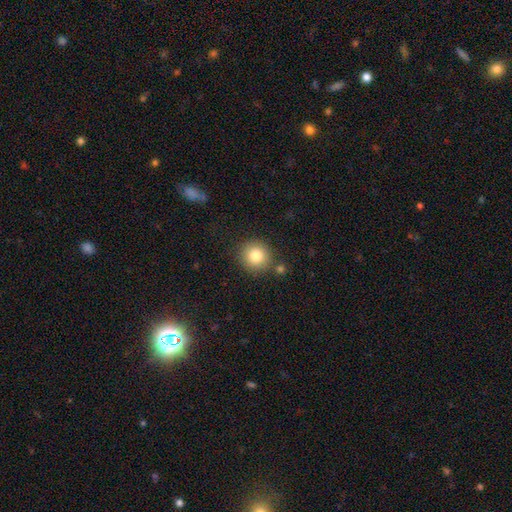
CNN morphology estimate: smooth 83%, star or artifact 10%, featured or disk 7%. Down the decision tree: how rounded — round (92%); merging — none (83%).